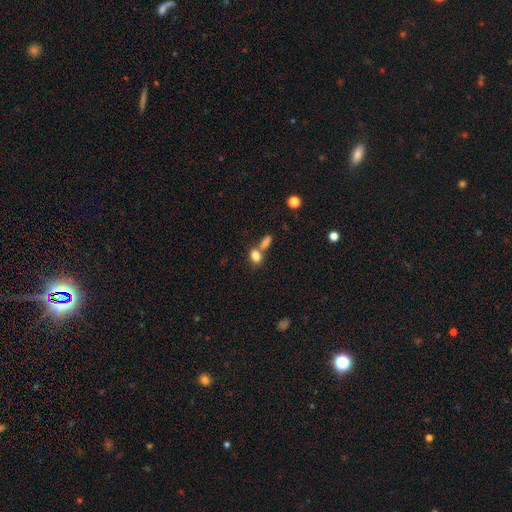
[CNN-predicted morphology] type=smooth (81%); roundness=in between (63%); merging=none (43%).